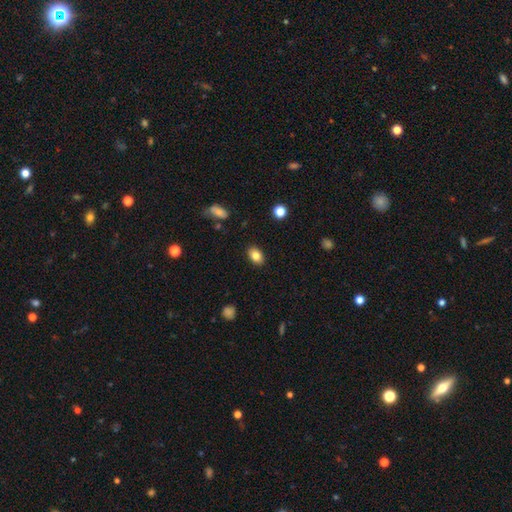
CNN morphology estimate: A smooth galaxy with no disk features (83%) that is in between round and cigar-shaped (82%).

Vote fractions:
- Smooth or featured? smooth: 83% / star or artifact: 9% / featured or disk: 8%
- How rounded? in between: 82% / round: 17% / cigar-shaped: 1%
- Merging? none: 88% / minor disturbance: 9% / major disturbance: 2% / merger: 1%